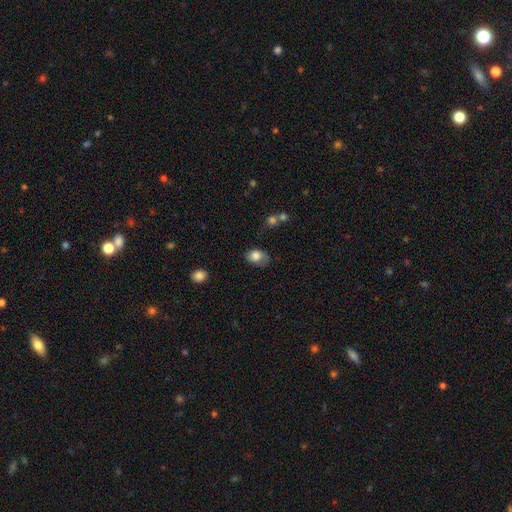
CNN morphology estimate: type=smooth (79%); roundness=in between (77%); merging=none (59%).